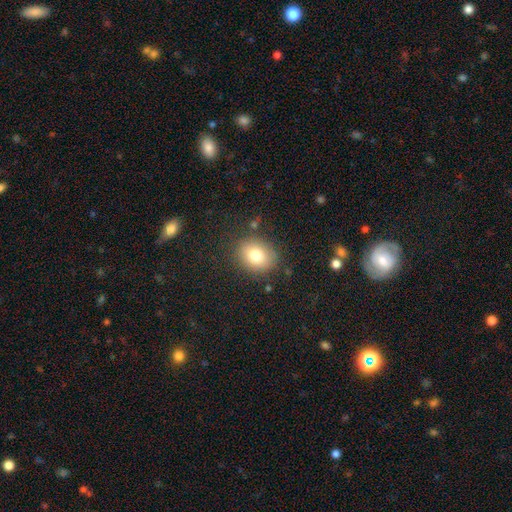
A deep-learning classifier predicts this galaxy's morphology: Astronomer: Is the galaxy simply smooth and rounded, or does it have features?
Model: smooth — 78%.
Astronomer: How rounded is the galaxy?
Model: round — 57% (runner-up: in between, 42%).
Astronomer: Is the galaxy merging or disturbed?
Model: none — 83%.